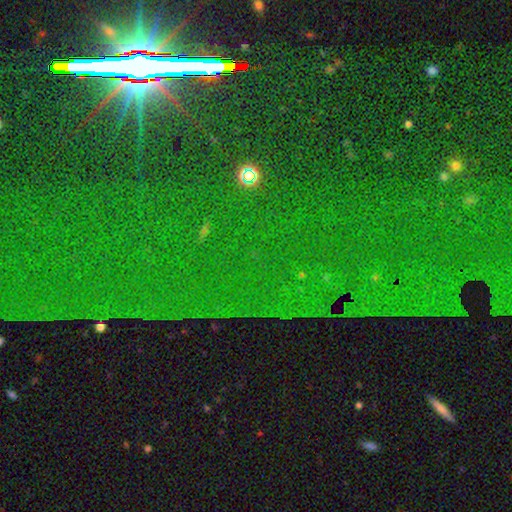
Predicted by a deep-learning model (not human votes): A star or artifact, not a galaxy (85%).